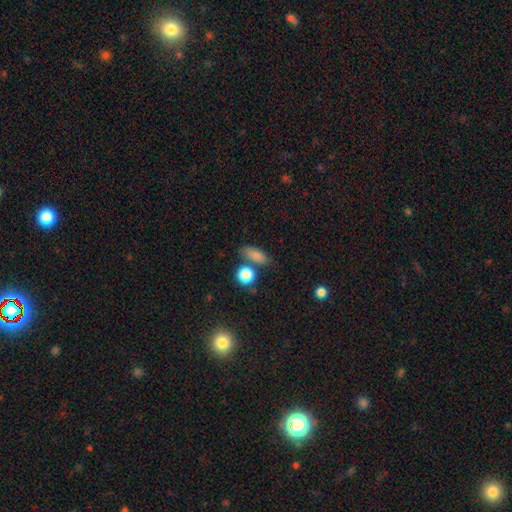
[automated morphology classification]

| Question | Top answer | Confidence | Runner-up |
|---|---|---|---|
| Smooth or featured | smooth | 83% | star or artifact (10%) |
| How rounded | in between | 66% | cigar-shaped (20%) |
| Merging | none | 71% | minor disturbance (13%) |